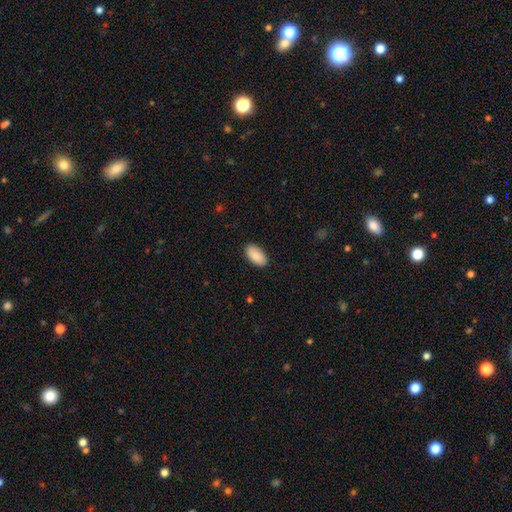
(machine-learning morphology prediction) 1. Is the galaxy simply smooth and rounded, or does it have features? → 89% smooth, 6% star or artifact, 4% featured or disk.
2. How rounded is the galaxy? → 95% in between, 2% cigar-shaped, 2% round.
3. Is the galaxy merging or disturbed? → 89% none, 8% minor disturbance, 2% major disturbance, 1% merger.